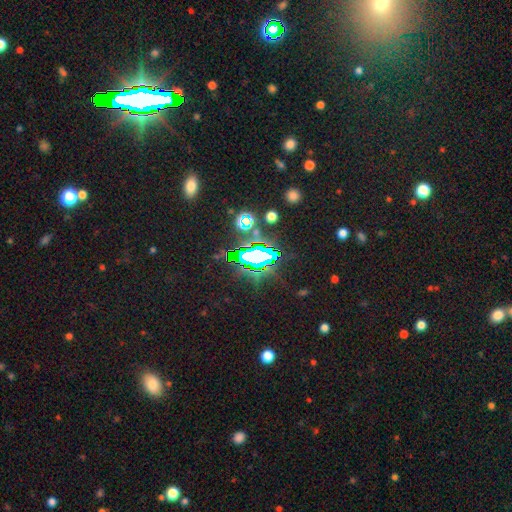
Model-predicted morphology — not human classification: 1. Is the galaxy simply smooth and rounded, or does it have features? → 72% star or artifact, 16% smooth, 12% featured or disk.